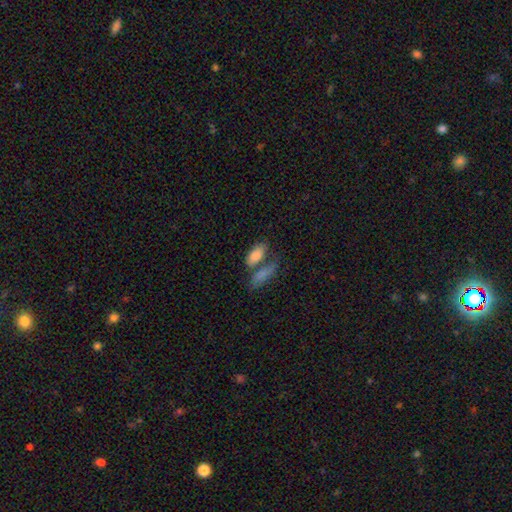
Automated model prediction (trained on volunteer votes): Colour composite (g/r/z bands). It shows a smooth galaxy with no disk features (82%) that is in between round and cigar-shaped (84%). Merging: merger (41%).